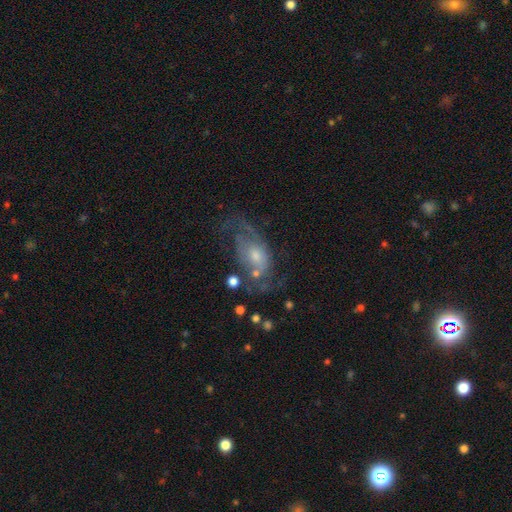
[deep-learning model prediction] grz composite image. It shows a featured or disk galaxy (73%) with no bar (69%), 2 (61%) medium (44%) spiral arms (81%) and a small central bulge (45%, tied with moderate). Merging: none (50%).